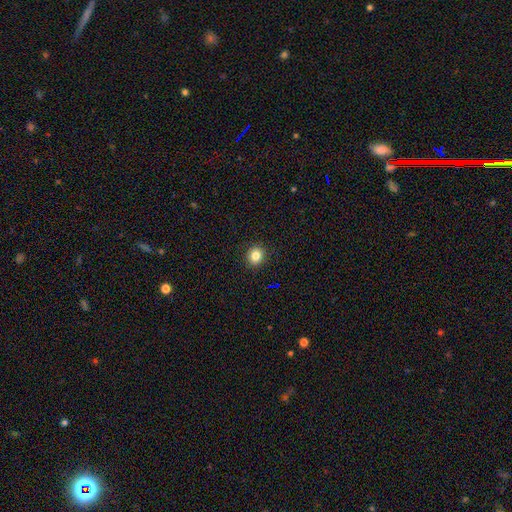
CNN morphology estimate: type=smooth (82%); roundness=round (85%); merging=none (92%).